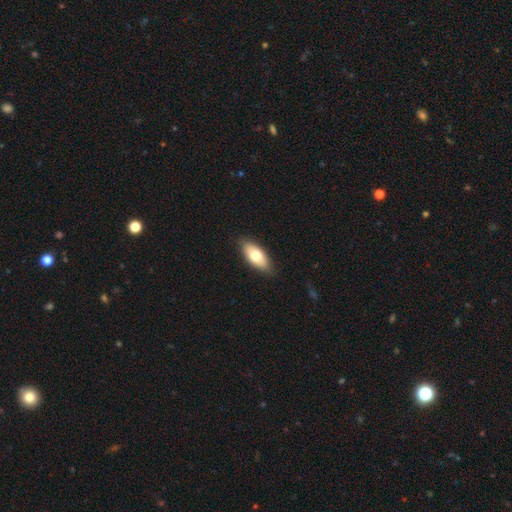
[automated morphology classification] The model was most divided on "smooth or featured": smooth: 71%, featured or disk: 23%, star or artifact: 6%. More confident: merging — none (87%); how rounded — in between (87%).